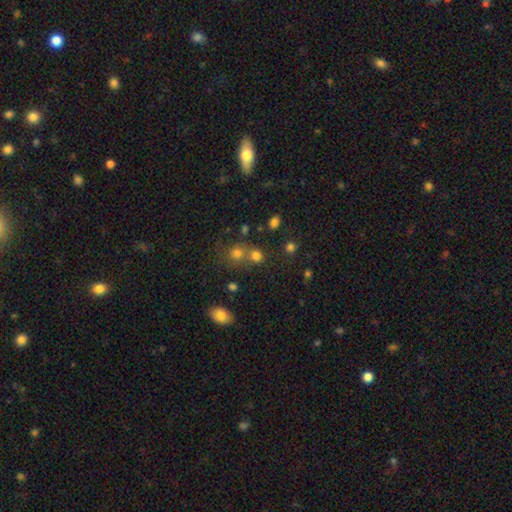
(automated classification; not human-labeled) Smooth or featured?
  - smooth: 72% *
  - star or artifact: 20%
  - featured or disk: 8%
How rounded?
  - round: 82% *
  - in between: 17%
  - cigar-shaped: 1%
Merging?
  - none: 56% *
  - merger: 32%
  - minor disturbance: 8%
  - major disturbance: 4%